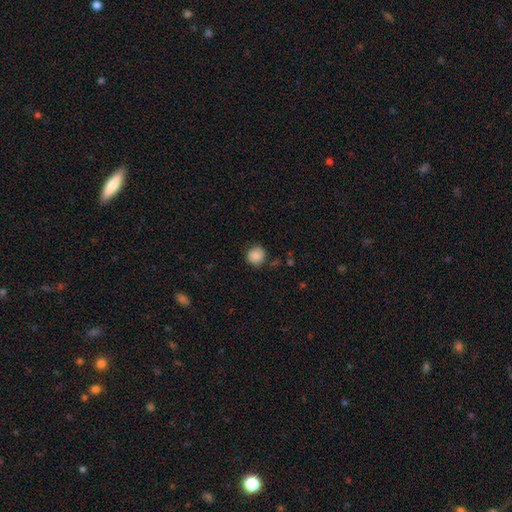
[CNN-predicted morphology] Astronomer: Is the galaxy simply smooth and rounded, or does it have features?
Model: smooth — 87%.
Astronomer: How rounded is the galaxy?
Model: round — 91%.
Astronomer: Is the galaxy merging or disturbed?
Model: none — 82%.